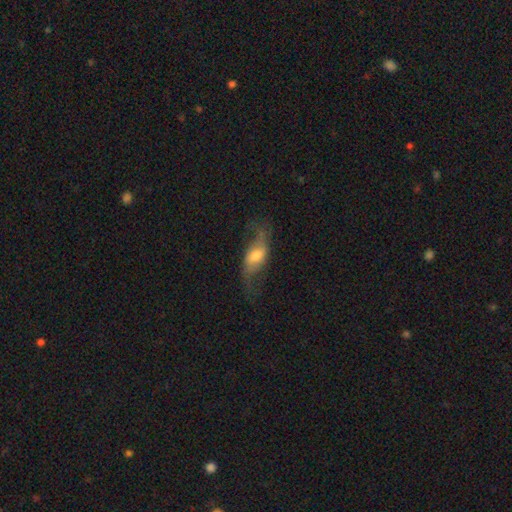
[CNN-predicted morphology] smooth-or-featured: featured or disk: 68% | smooth: 25% | star or artifact: 7%
  disk-edge-on: no: 88% | yes: 12%
    bar: weak: 47% | no: 33% | strong: 20%
    has-spiral-arms: yes: 88% | no: 12%
      spiral-winding: loose: 84% | medium: 13% | tight: 3%
      spiral-arm-count: 2: 90% | can't tell: 4% | 1: 3% | 3: 1% | 4: 1% | more than 4: 1%
    bulge-size: moderate: 56% | small: 22% | large: 16% | none: 4% | dominant: 2%
  merging: none: 60% | minor disturbance: 20% | major disturbance: 19% | merger: 2%